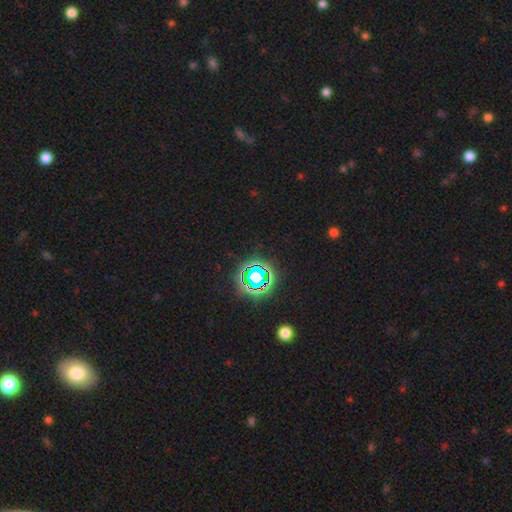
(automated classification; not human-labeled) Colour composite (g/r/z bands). It shows a star or artifact, not a galaxy (76%).